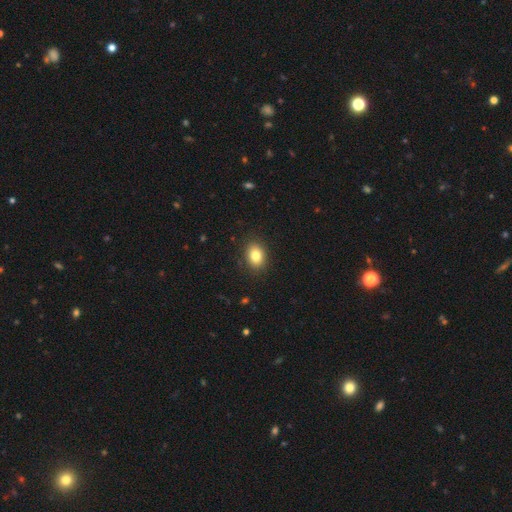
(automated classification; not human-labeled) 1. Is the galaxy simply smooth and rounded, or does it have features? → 83% smooth, 9% star or artifact, 7% featured or disk.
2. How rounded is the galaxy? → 68% in between, 31% round, 1% cigar-shaped.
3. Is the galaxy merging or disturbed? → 88% none, 8% minor disturbance, 2% major disturbance, 1% merger.